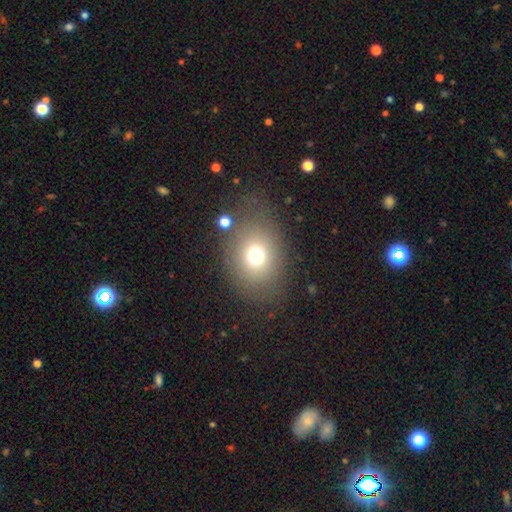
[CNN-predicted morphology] The model was most divided on "how rounded": round: 51%, in between: 48%, cigar-shaped: 1%. More confident: merging — none (73%); smooth or featured — smooth (70%).